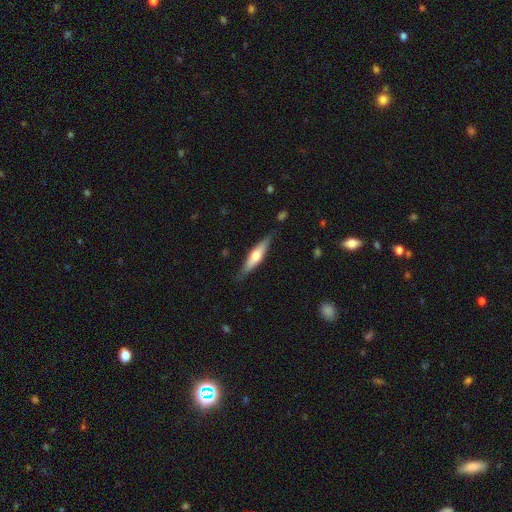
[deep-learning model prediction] smooth-or-featured: smooth: 48% | featured or disk: 46% | star or artifact: 5%
  merging: none: 81% | minor disturbance: 15% | major disturbance: 3% | merger: 1%